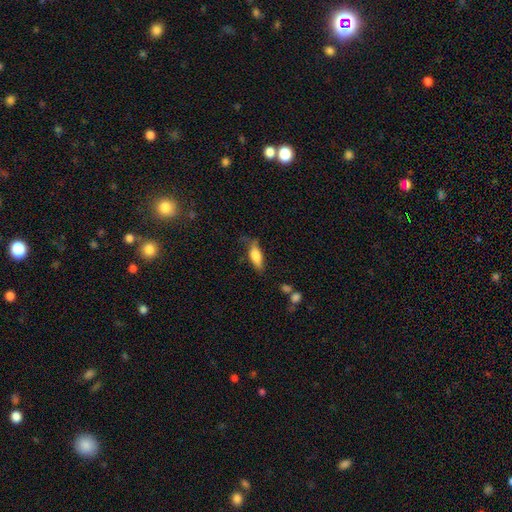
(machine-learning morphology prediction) smooth_or_featured: smooth (p=0.76) [alt: featured or disk p=0.16]
how_rounded: in between (p=0.68) [alt: cigar-shaped p=0.29]
merging: none (p=0.56) [alt: minor disturbance p=0.29]